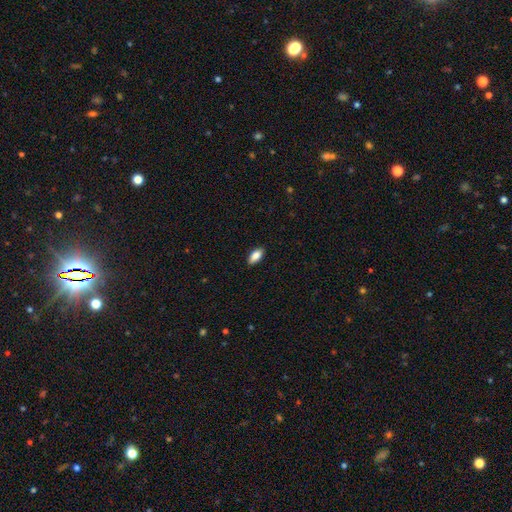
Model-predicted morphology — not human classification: Smooth or featured: smooth — 84% (featured or disk — 9%)
How rounded: in between — 86% (cigar-shaped — 11%)
Merging: none — 87% (minor disturbance — 10%)